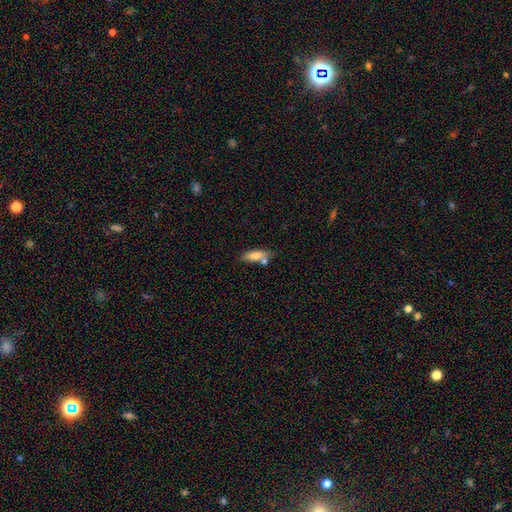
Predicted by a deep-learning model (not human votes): This appears to be a smooth galaxy with no disk features (78%) that is in between round and cigar-shaped (60%). Merging: none (58%).